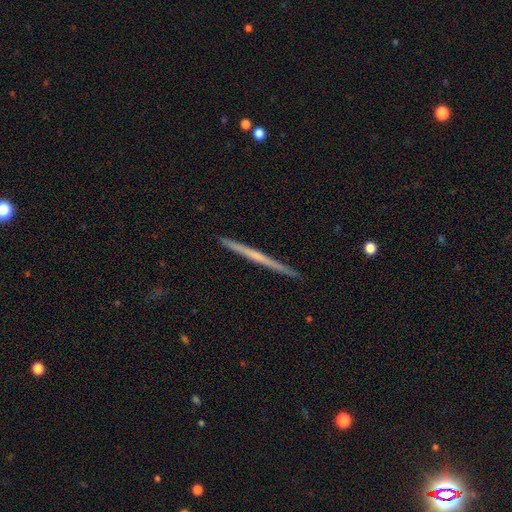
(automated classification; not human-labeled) smooth_or_featured: featured or disk (p=0.59) [alt: smooth p=0.35]
disk_edge_on: yes (p=0.98) [alt: no p=0.02]
edge_on_bulge: none (p=0.83) [alt: rounded p=0.13]
merging: none (p=0.92) [alt: minor disturbance p=0.05]